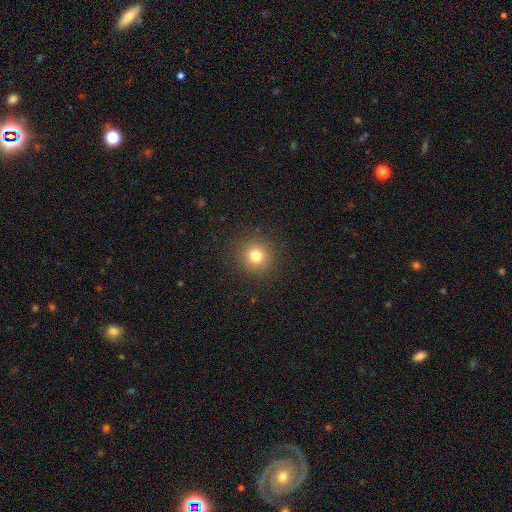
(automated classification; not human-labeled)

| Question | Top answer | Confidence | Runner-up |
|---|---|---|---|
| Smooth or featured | smooth | 78% | star or artifact (14%) |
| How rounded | round | 94% | in between (5%) |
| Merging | none | 91% | minor disturbance (6%) |